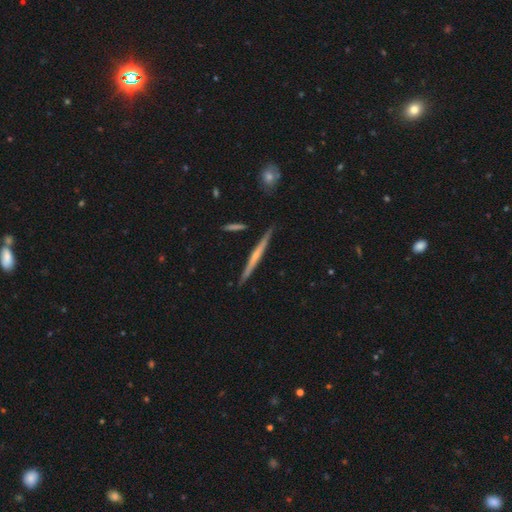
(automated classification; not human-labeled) smooth-or-featured: featured or disk: 64% | smooth: 30% | star or artifact: 6%
  disk-edge-on: yes: 97% | no: 3%
    edge-on-bulge: none: 52% | rounded: 42% | boxy: 6%
  merging: none: 88% | minor disturbance: 9% | merger: 2% | major disturbance: 2%